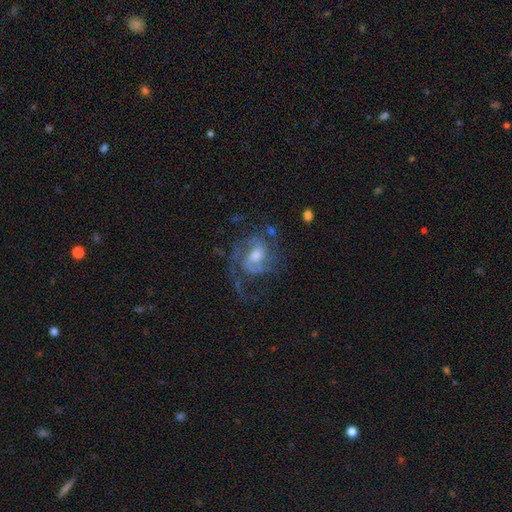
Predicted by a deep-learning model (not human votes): A featured or disk galaxy (86%) with a weak bar (46%), 2 (49%) medium (49%) spiral arms (95%) and a moderate central bulge (60%). Merging: none (57%).